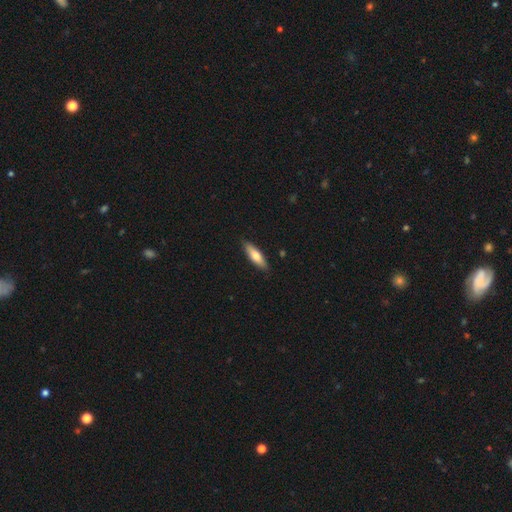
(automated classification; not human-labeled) This is likely a smooth galaxy (67%). How rounded: possibly cigar-shaped (58%). Merging: clearly none (88%).